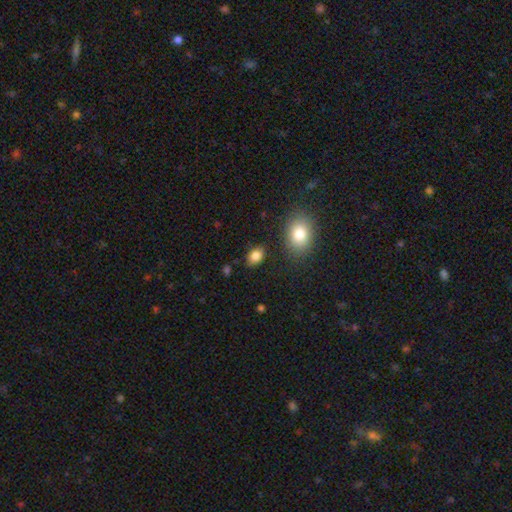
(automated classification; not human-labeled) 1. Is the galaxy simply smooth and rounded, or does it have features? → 84% smooth, 9% star or artifact, 7% featured or disk.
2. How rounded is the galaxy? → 84% in between, 15% round, 1% cigar-shaped.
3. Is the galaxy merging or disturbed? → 84% none, 11% minor disturbance, 3% major disturbance, 3% merger.